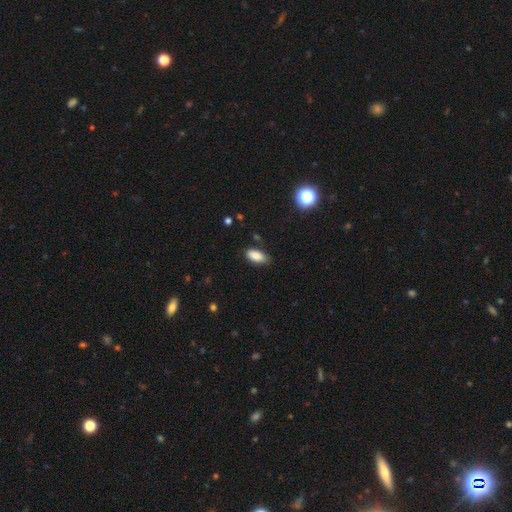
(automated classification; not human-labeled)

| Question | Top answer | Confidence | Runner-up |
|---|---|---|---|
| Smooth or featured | smooth | 86% | star or artifact (8%) |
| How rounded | in between | 89% | cigar-shaped (8%) |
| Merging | none | 76% | minor disturbance (19%) |